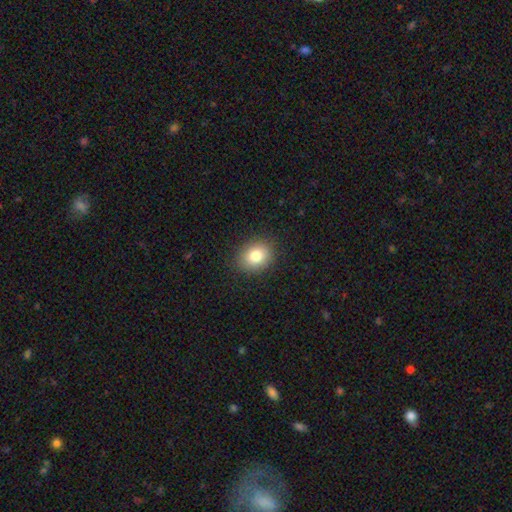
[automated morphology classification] A smooth galaxy with no disk features (82%) that is round (53%). Merging: none (88%).